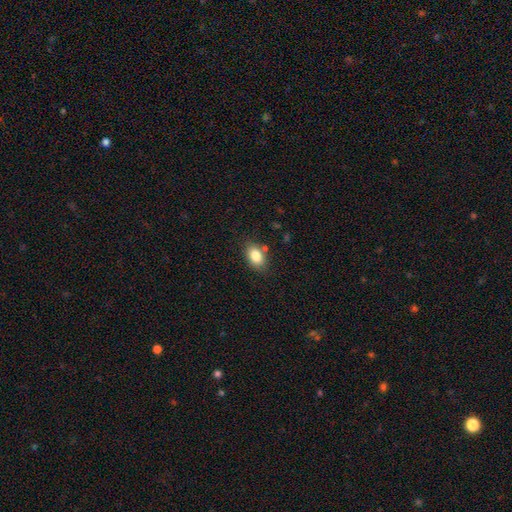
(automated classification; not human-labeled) smooth 84%, star or artifact 9%, featured or disk 8%. Down the decision tree: how rounded — in between (82%); merging — none (78%).